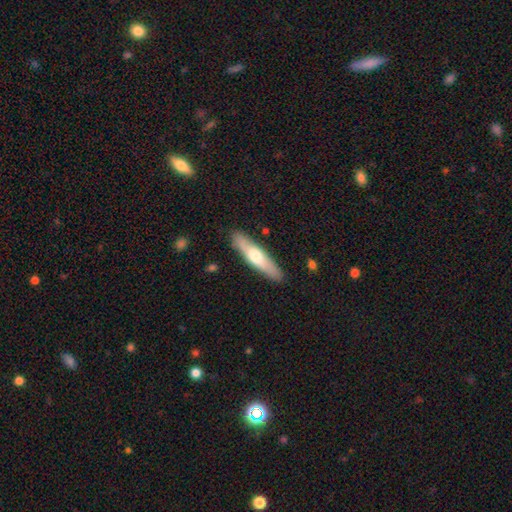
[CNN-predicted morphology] The model was most divided on "smooth or featured": smooth: 53%, featured or disk: 42%, star or artifact: 5%. More confident: merging — none (88%); how rounded — cigar-shaped (78%).